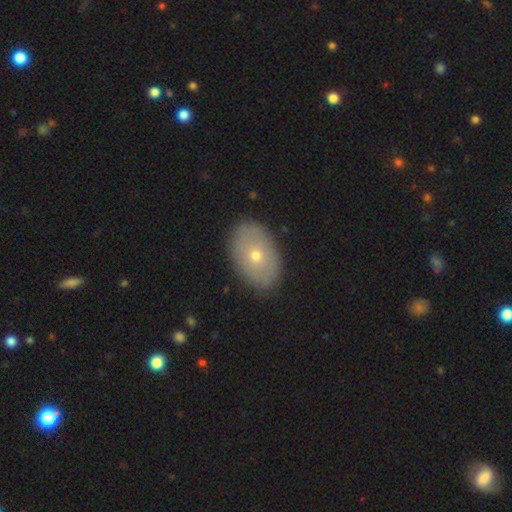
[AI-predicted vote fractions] Smooth or featured: smooth — 61% (featured or disk — 31%)
How rounded: in between — 85% (round — 14%)
Merging: none — 87% (minor disturbance — 10%)